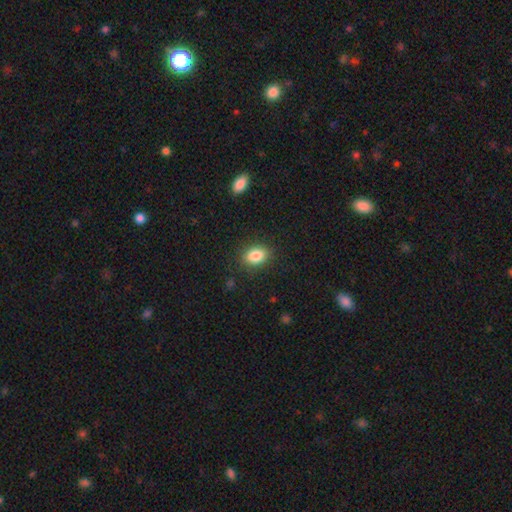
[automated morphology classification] smooth 85%, star or artifact 9%, featured or disk 6%. Down the decision tree: how rounded — in between (75%); merging — none (86%).